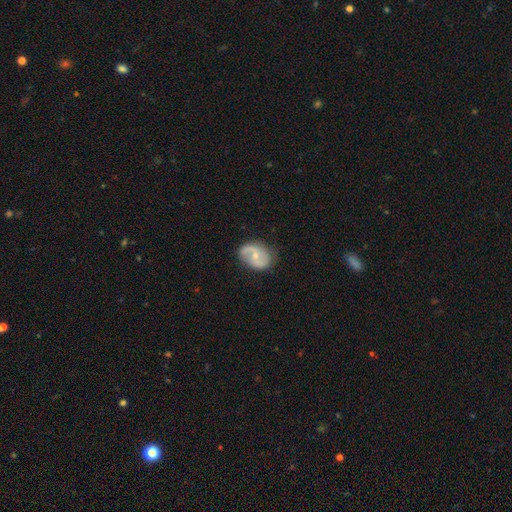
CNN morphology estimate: type=featured or disk (69%); edge-on=no (97%); bar=no (51%); spiral arms=yes (83%); winding=medium (43%); arm count=2 (79%); bulge=small (53%); merging=none (71%).